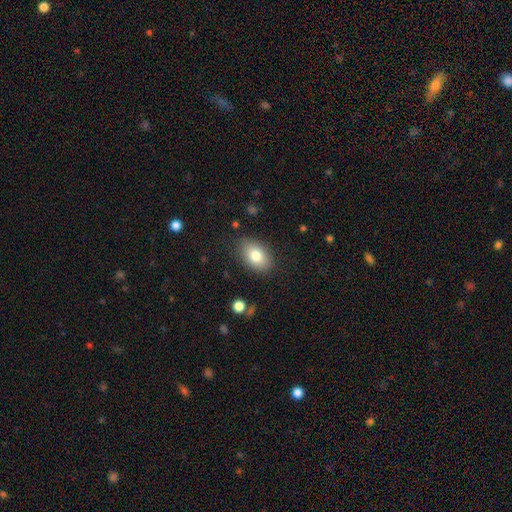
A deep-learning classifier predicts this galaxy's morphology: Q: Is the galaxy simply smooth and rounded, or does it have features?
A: smooth — 80%.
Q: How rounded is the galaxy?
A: in between — 85%.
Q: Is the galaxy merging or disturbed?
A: none — 83%.